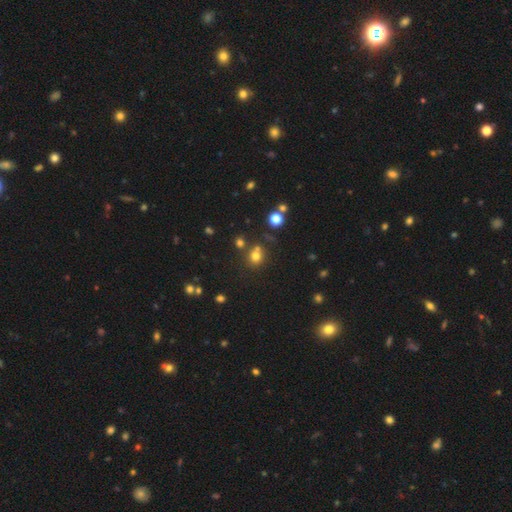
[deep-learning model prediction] Smooth or featured? Predicted: smooth (p=0.72). How rounded? Predicted: round (p=0.82). Merging? Predicted: none (p=0.63).